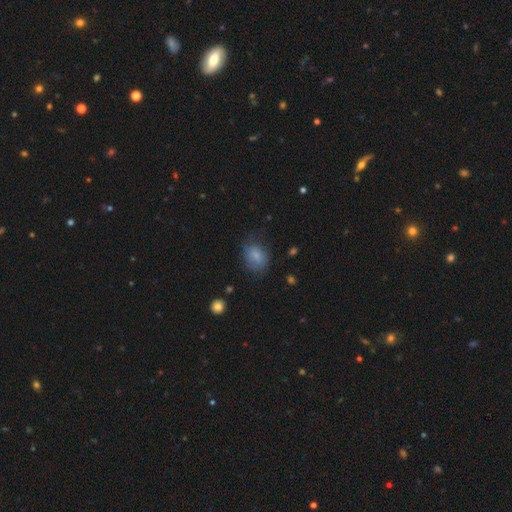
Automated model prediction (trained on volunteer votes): The model was most divided on "how rounded": in between: 61%, round: 38%, cigar-shaped: 1%. More confident: smooth or featured — smooth (77%); merging — none (61%).